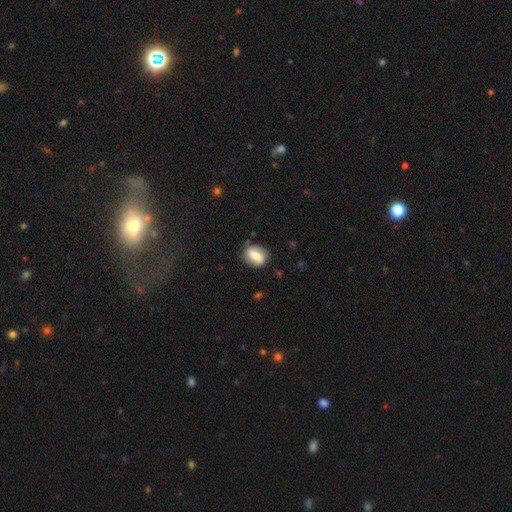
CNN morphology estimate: smooth_or_featured: smooth (p=0.57) [alt: featured or disk p=0.35]
how_rounded: in between (p=0.62) [alt: round p=0.35]
merging: none (p=0.80) [alt: minor disturbance p=0.14]